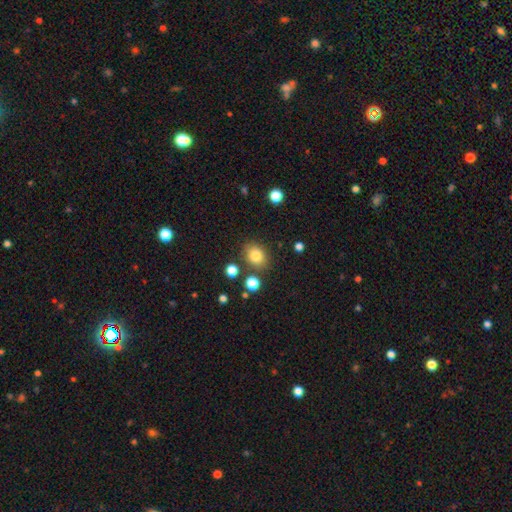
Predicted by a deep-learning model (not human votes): This appears to be a smooth galaxy with no disk features (83%) that is in between round and cigar-shaped (50%). Merging: none (80%).